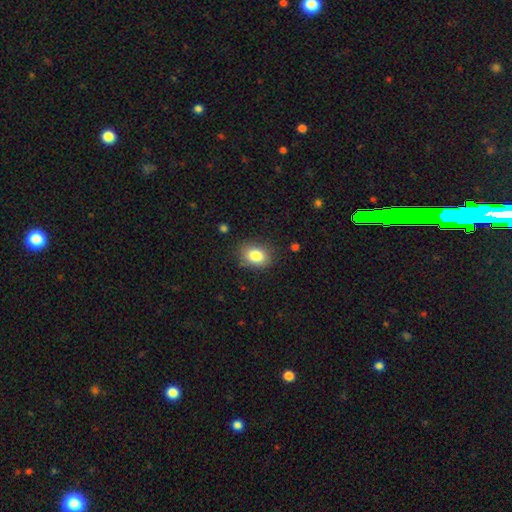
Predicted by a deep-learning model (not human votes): The model was most divided on "how rounded": in between: 70%, round: 29%, cigar-shaped: 1%. More confident: smooth or featured — smooth (84%); merging — none (81%).